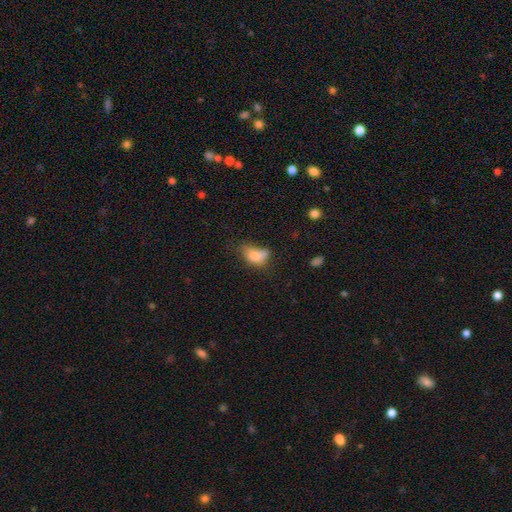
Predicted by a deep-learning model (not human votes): This appears to be a smooth galaxy with no disk features (75%) that is in between round and cigar-shaped (85%). Merging: major disturbance (35%).